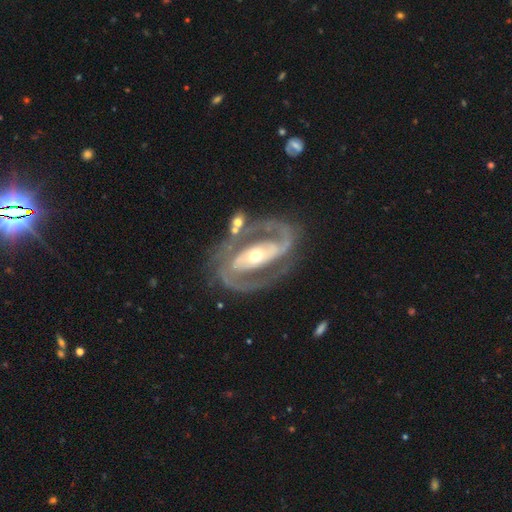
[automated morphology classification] Smooth or featured? featured or disk (90%)
Edge-on disk? no (96%)
Bar? strong (38%)
Spiral arms? yes (93%)
Spiral winding? medium (47%)
Spiral arm count? 2 (90%)
Bulge size? moderate (67%)
Merging? none (72%)